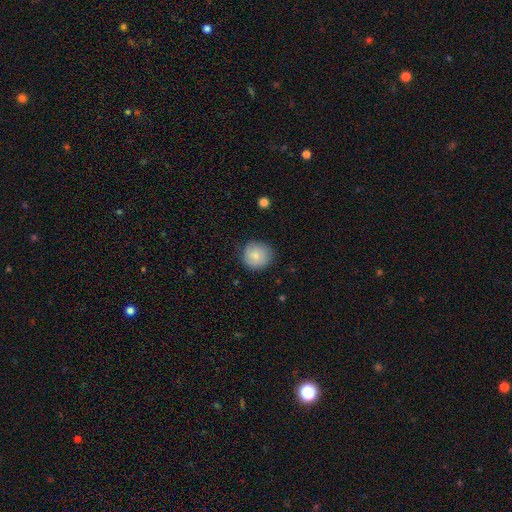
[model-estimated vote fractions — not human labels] Q: Smooth or featured?
A: smooth (84%); runner-up: featured or disk (9%)
Q: How rounded?
A: round (91%); runner-up: in between (8%)
Q: Merging?
A: none (82%); runner-up: minor disturbance (14%)